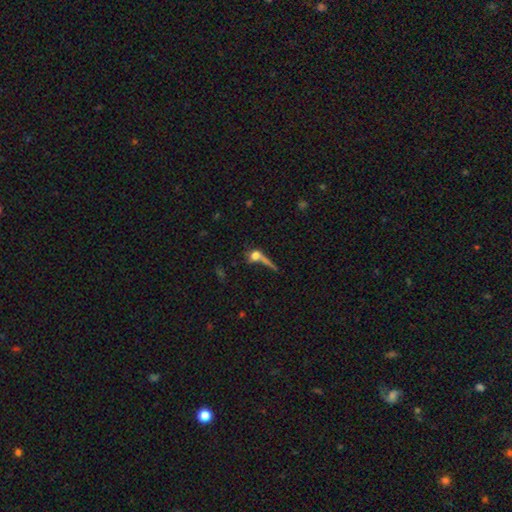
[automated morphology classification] Smooth or featured? smooth (59%)
How rounded? round (47%)
Merging? none (38%)